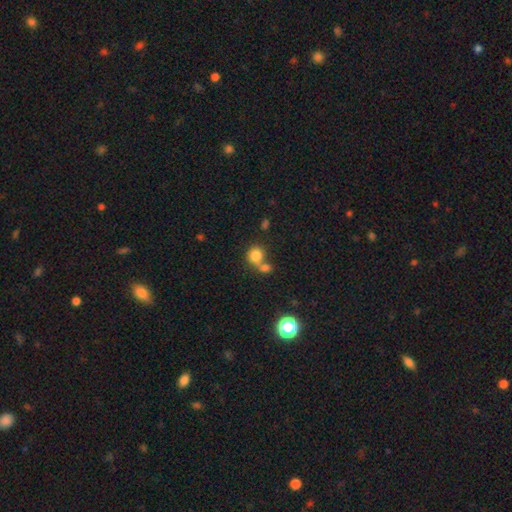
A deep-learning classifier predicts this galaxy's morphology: Smooth or featured: smooth — 80% (star or artifact — 11%)
How rounded: round — 81% (in between — 18%)
Merging: merger — 47% (none — 40%)